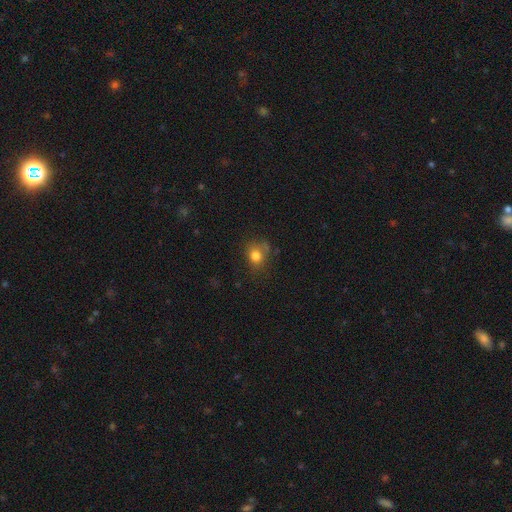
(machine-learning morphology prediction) A smooth galaxy with no disk features (78%) that is round (64%). Merging: none (59%).